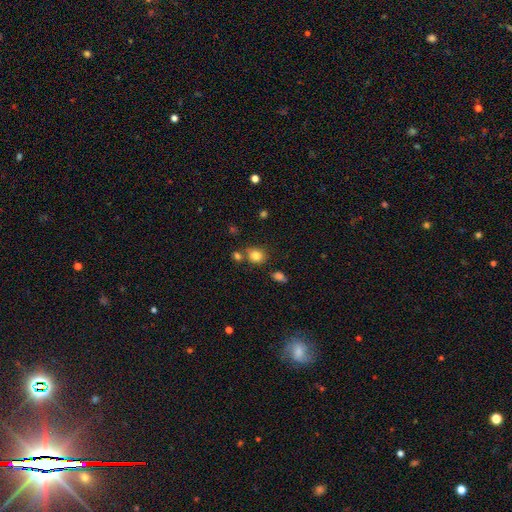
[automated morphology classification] type=smooth (82%); roundness=round (64%); merging=none (69%).